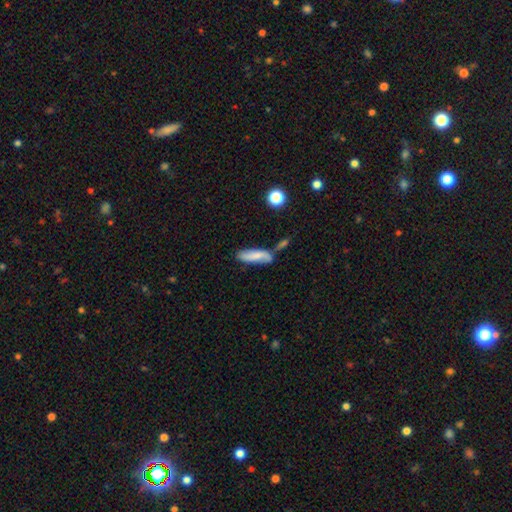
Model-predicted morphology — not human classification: A smooth galaxy with no disk features (69%) that is in between round and cigar-shaped (50%). Merging: none (45%).